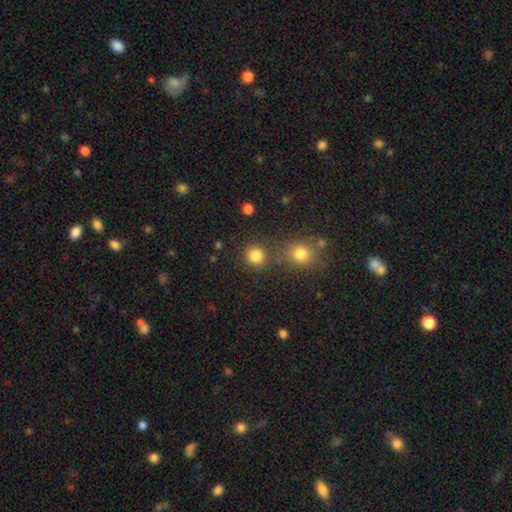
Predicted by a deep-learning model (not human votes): Smooth or featured? Predicted: smooth (p=0.82). How rounded? Predicted: round (p=0.89). Merging? Predicted: none (p=0.76).